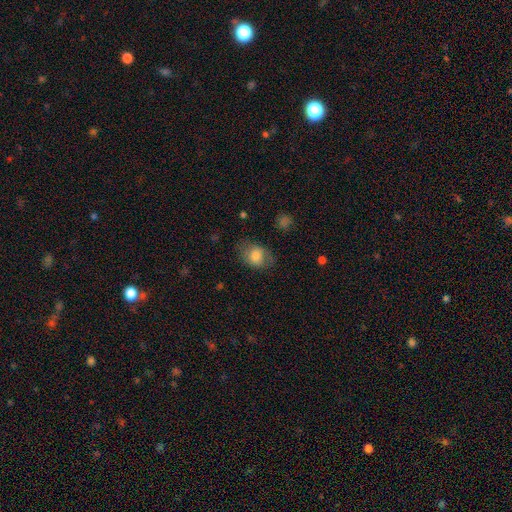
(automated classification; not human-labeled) Smooth or featured: smooth — 77% (featured or disk — 15%)
How rounded: in between — 67% (round — 32%)
Merging: none — 71% (minor disturbance — 20%)